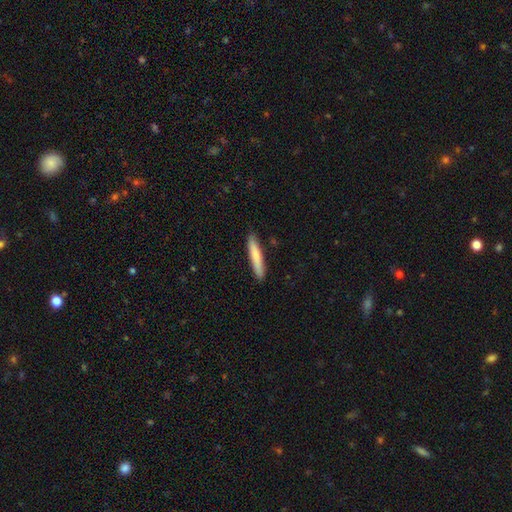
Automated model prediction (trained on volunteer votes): Smooth or featured: smooth — 78% (featured or disk — 16%)
How rounded: cigar-shaped — 93% (in between — 6%)
Merging: none — 89% (minor disturbance — 8%)